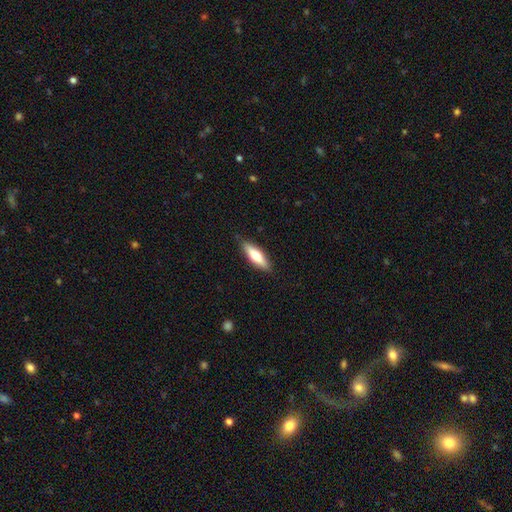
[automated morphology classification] smooth_or_featured: smooth (p=0.55) [alt: featured or disk p=0.39]
how_rounded: cigar-shaped (p=0.58) [alt: in between p=0.40]
merging: none (p=0.87) [alt: minor disturbance p=0.10]